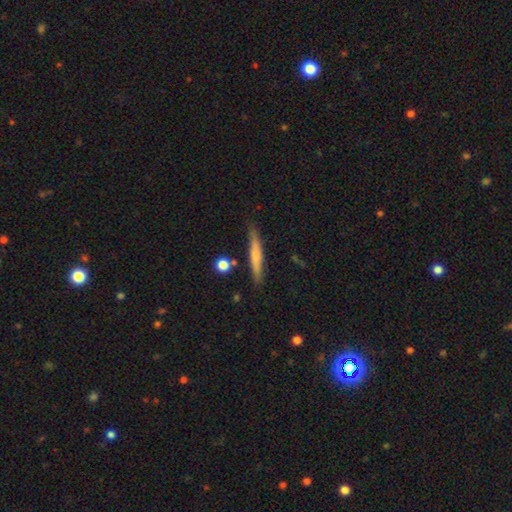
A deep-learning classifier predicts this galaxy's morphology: A smooth galaxy with no disk features (56%) that is cigar-shaped (92%). Merging: none (78%).